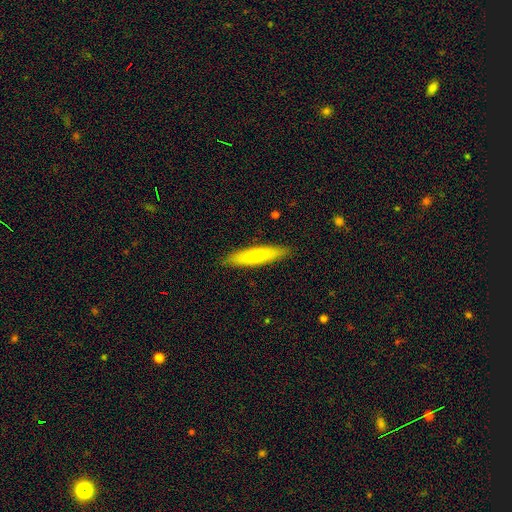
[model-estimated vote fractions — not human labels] A smooth galaxy with no disk features (62%) that is cigar-shaped (85%). Merging: none (89%).